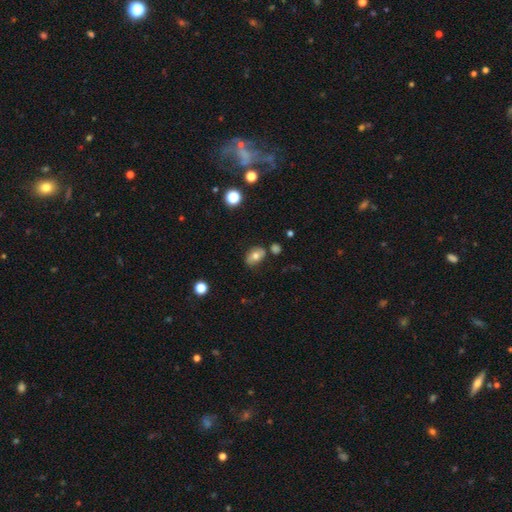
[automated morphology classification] Overall: smooth (71%). How rounded: in between (83%). Merging: none (70%).